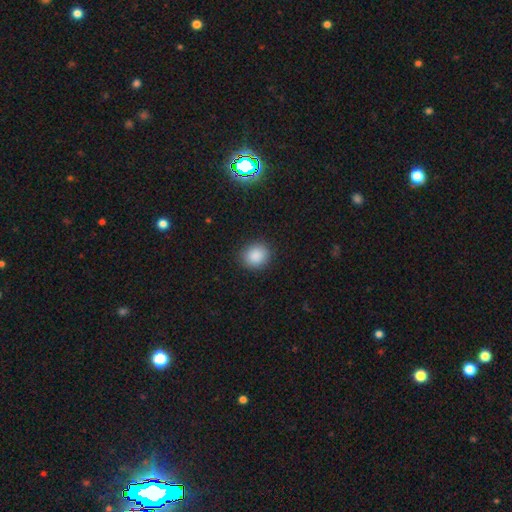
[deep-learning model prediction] Smooth or featured? Predicted: smooth (p=0.88). How rounded? Predicted: round (p=0.79). Merging? Predicted: none (p=0.90).